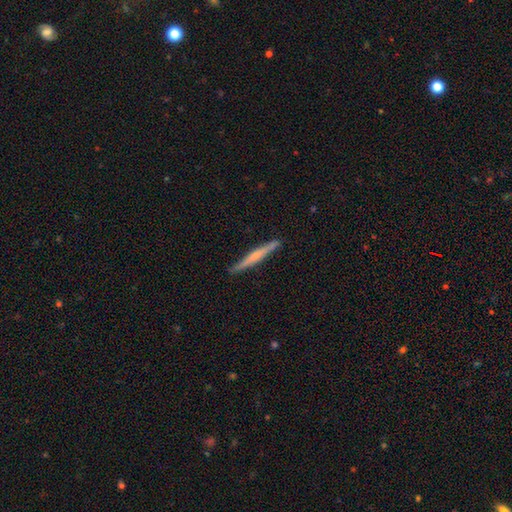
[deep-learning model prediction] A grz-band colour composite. It shows a featured or disk galaxy (55%) viewed edge-on (97%) with a rounded central bulge (47%). Merging: none (90%).